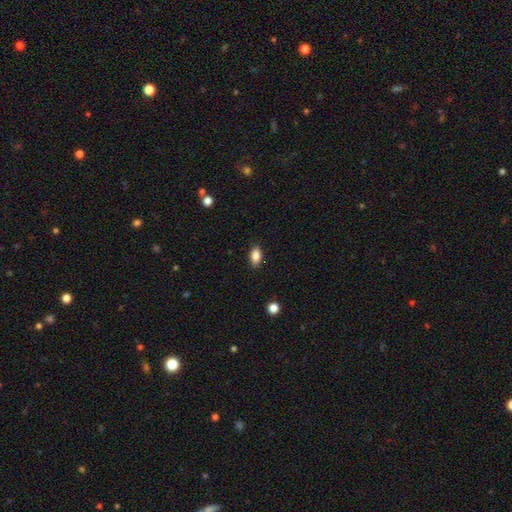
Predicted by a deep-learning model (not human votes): smooth 86%, star or artifact 8%, featured or disk 5%. Down the decision tree: how rounded — in between (90%); merging — none (88%).